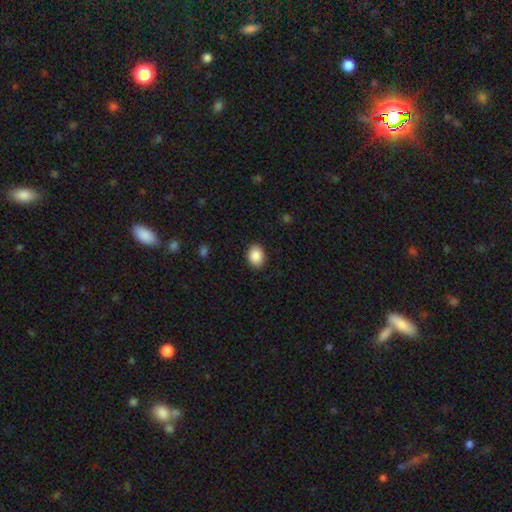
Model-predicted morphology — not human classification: Smooth or featured: smooth — 88% (star or artifact — 8%)
How rounded: in between — 67% (round — 32%)
Merging: none — 89% (minor disturbance — 8%)